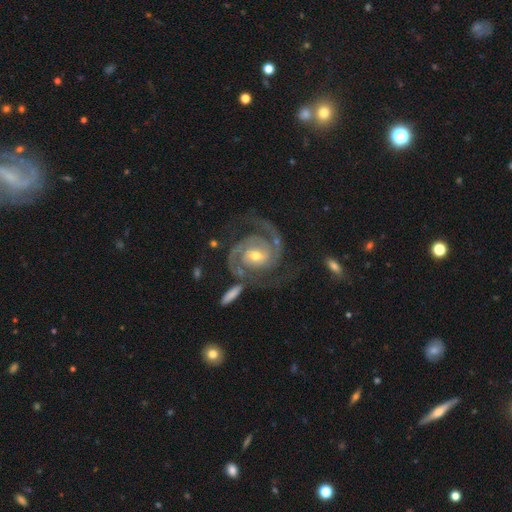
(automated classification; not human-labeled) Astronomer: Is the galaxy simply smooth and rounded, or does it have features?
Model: featured or disk — 93%.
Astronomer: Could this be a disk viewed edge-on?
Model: no — 98%.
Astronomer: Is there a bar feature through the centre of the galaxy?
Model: no — 52% (runner-up: weak, 32%).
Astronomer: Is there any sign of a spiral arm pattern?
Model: yes — 99%.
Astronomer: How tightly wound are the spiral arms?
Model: tight — 59% (runner-up: medium, 36%).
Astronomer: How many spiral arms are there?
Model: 2 — 89%.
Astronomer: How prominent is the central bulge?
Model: moderate — 53% (runner-up: small, 43%).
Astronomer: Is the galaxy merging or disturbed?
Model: none — 72%.